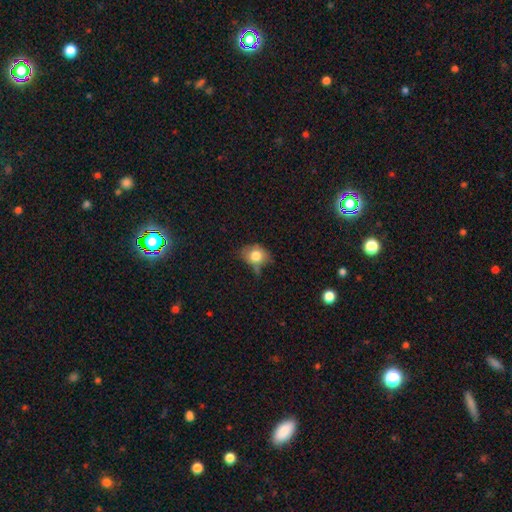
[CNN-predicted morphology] Overall: smooth (74%). How rounded: in between (54%; round 44%). Merging: none (45%; minor disturbance 34%).